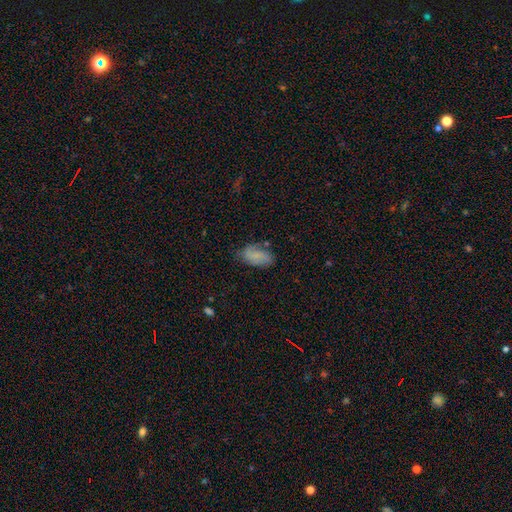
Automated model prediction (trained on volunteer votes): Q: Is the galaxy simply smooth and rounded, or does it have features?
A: smooth — 65%.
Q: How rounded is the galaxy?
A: in between — 92%.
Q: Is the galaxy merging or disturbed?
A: none — 63%.